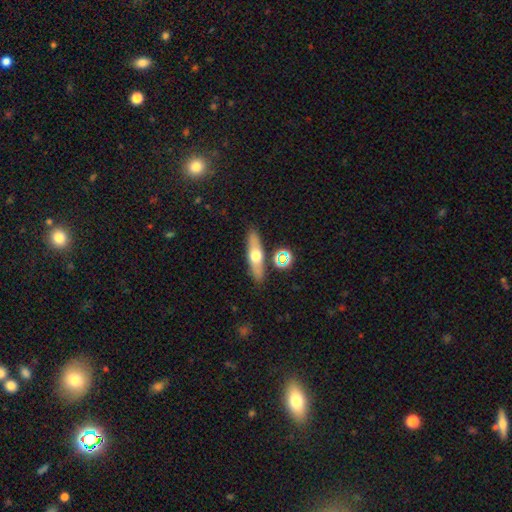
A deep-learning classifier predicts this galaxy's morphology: Q: Smooth or featured?
A: smooth (47%); runner-up: featured or disk (45%)
Q: Merging?
A: none (85%); runner-up: minor disturbance (9%)